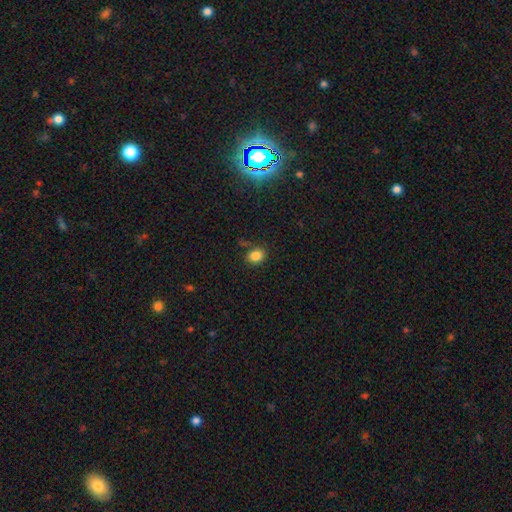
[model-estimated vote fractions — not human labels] A smooth galaxy with no disk features (83%) that is round (55%). Merging: none (78%).